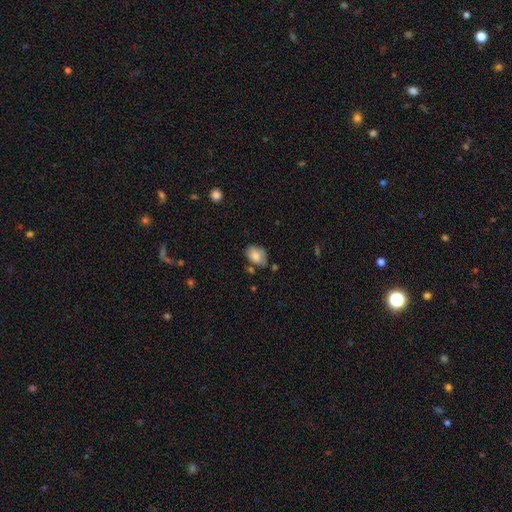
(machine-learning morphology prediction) This appears to be a smooth galaxy with no disk features (76%) that is in between round and cigar-shaped (80%). Merging: none (57%).